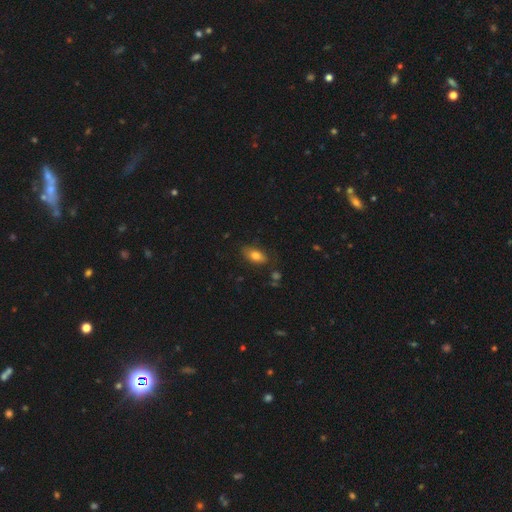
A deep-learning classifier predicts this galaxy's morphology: type=smooth (80%); roundness=in between (88%); merging=none (79%).